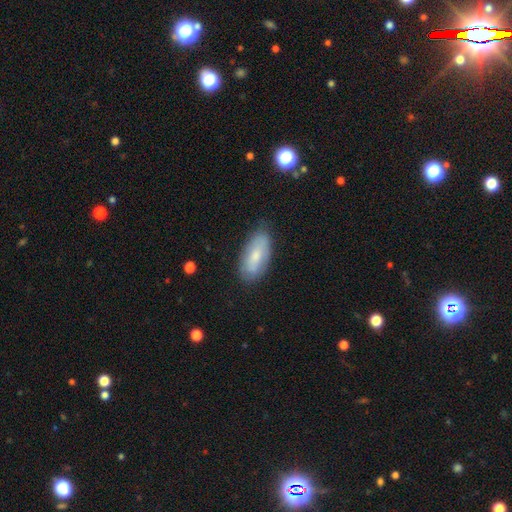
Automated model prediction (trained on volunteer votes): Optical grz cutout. It shows a smooth galaxy with no disk features (66%) that is in between round and cigar-shaped (91%). Merging: none (76%).